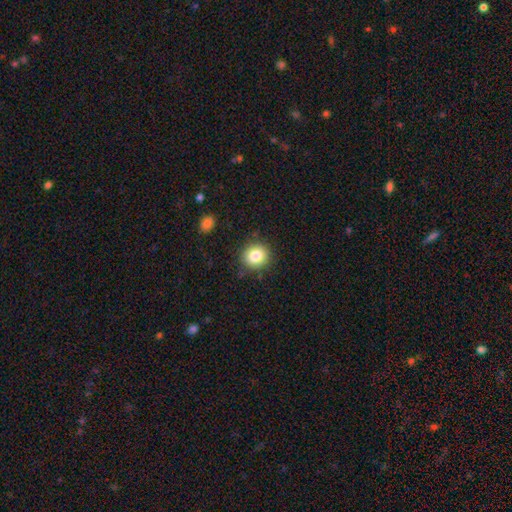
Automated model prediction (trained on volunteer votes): The model was most divided on "how rounded": round: 86%, in between: 14%, cigar-shaped: 1%. More confident: merging — none (87%); smooth or featured — smooth (82%).